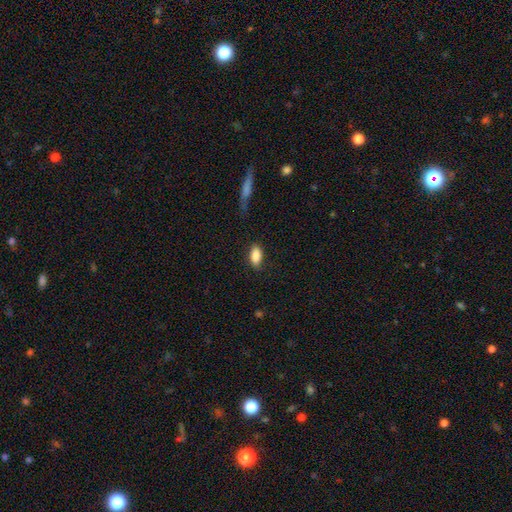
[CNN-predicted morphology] Smooth or featured: smooth — 87% (star or artifact — 7%)
How rounded: in between — 90% (cigar-shaped — 5%)
Merging: none — 80% (minor disturbance — 14%)